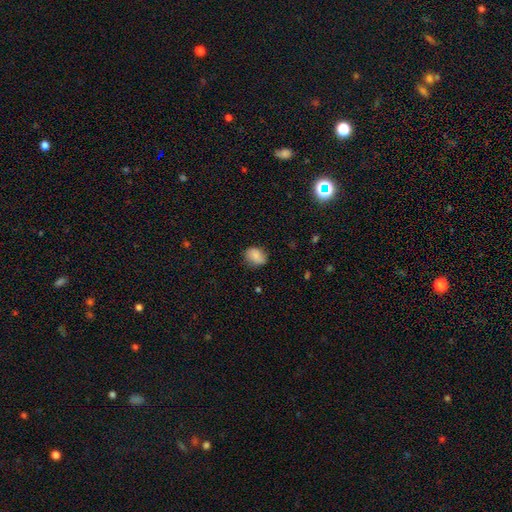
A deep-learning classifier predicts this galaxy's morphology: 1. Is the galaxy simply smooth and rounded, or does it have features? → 81% smooth, 10% featured or disk, 8% star or artifact.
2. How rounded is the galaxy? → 56% in between, 43% round, 1% cigar-shaped.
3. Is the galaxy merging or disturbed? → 75% none, 19% minor disturbance, 4% major disturbance, 1% merger.